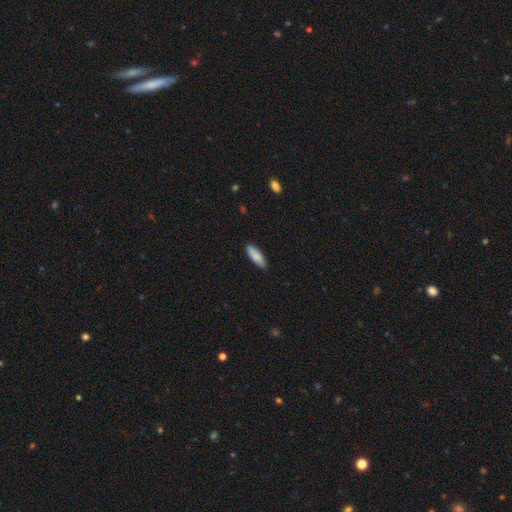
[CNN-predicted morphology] Overall: smooth (85%). How rounded: cigar-shaped (49%, tied with in between). Merging: none (88%).